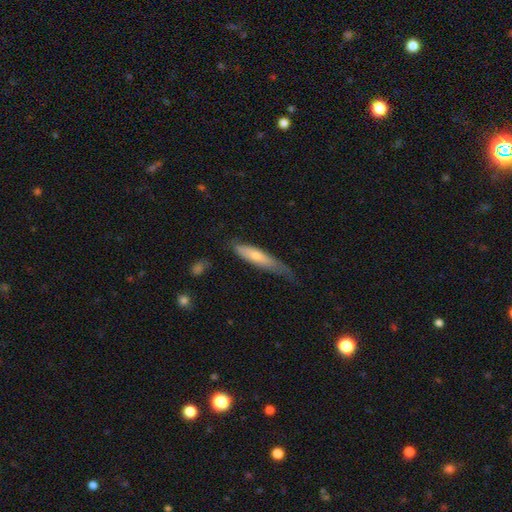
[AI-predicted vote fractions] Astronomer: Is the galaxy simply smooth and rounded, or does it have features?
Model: smooth — 60%.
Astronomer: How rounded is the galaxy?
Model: cigar-shaped — 75%.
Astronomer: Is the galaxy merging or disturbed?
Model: none — 44% (runner-up: minor disturbance, 36%).